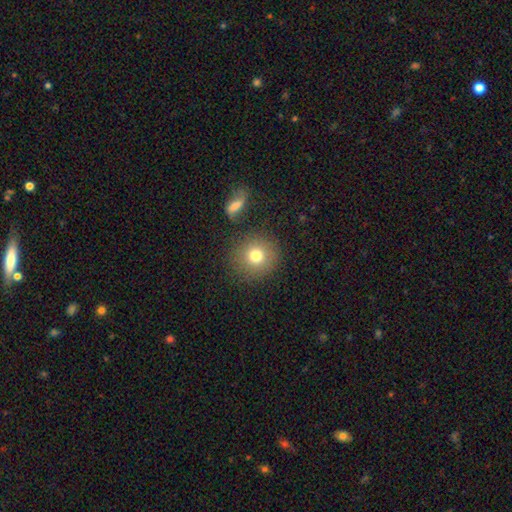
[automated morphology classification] This is likely a smooth galaxy (77%). How rounded: clearly round (90%). Merging: clearly none (83%).